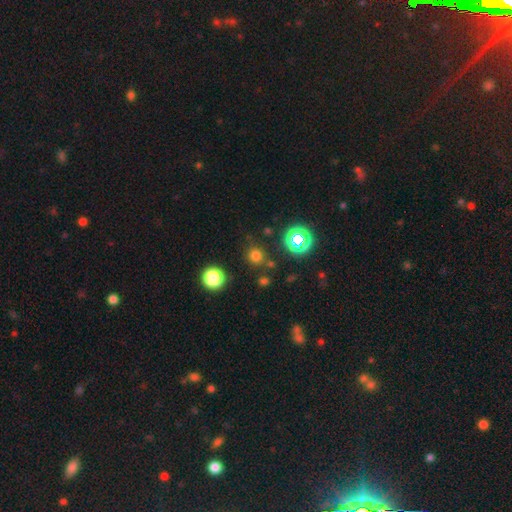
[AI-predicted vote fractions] Smooth or featured? smooth (70%)
How rounded? round (91%)
Merging? none (81%)